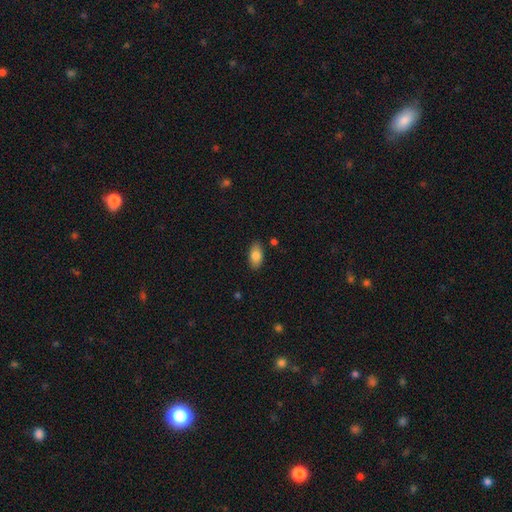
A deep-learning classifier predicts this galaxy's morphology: Overall: smooth (83%). How rounded: in between (93%). Merging: none (86%).